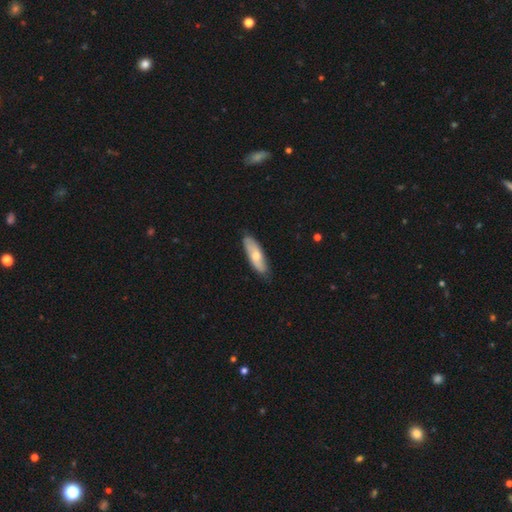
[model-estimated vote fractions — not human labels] Overall: smooth (59%; featured or disk 36%). How rounded: in between (53%; cigar-shaped 45%). Merging: none (80%).